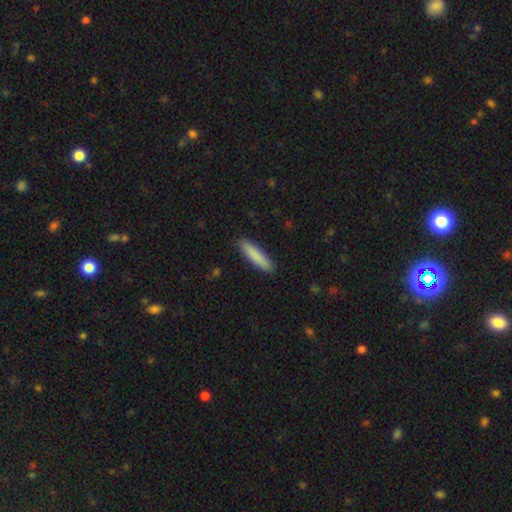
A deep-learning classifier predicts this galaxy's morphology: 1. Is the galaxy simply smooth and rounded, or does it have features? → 85% smooth, 9% featured or disk, 5% star or artifact.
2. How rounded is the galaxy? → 85% cigar-shaped, 14% in between, 1% round.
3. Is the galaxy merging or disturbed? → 90% none, 7% minor disturbance, 2% major disturbance, 1% merger.